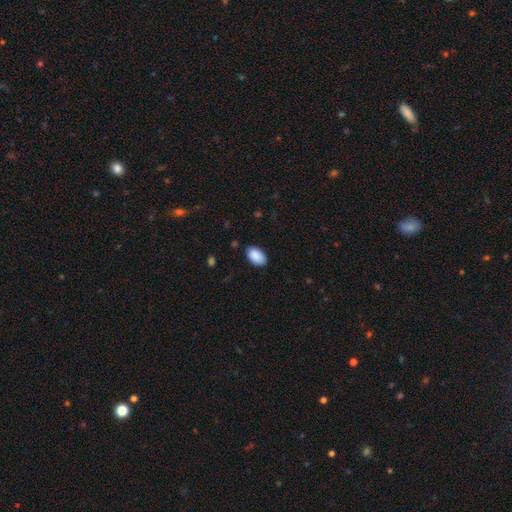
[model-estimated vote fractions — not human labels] This is clearly a smooth galaxy (90%). How rounded: clearly in between (93%). Merging: clearly none (86%).